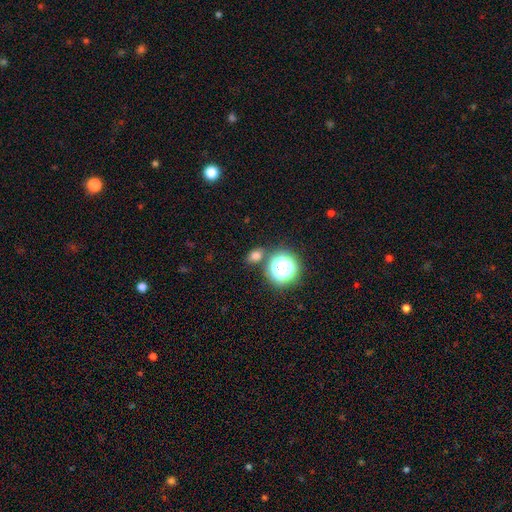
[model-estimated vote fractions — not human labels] Smooth or featured? smooth (70%)
How rounded? in between (52%)
Merging? none (75%)